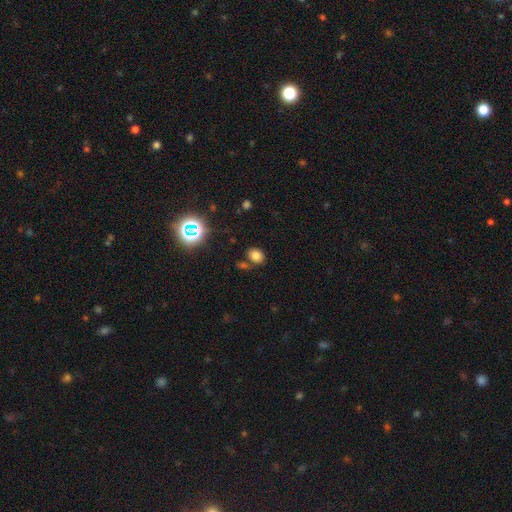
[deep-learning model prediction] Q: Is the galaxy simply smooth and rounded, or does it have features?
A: smooth — 76%.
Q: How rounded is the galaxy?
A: in between — 54%.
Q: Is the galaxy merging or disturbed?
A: none — 72%.